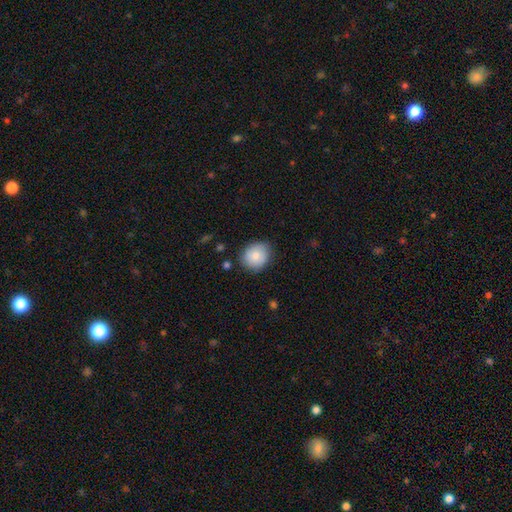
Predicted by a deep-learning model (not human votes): The model was most divided on "how rounded": round: 71%, in between: 28%, cigar-shaped: 1%. More confident: merging — none (80%); smooth or featured — smooth (76%).